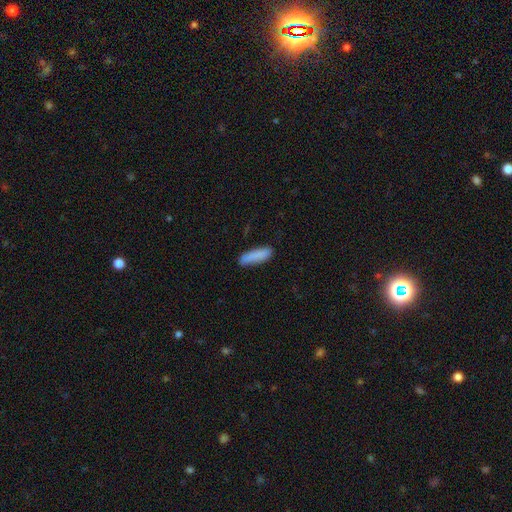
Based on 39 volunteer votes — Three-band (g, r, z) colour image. It shows a smooth galaxy with no disk features (85%) that is cigar-shaped (70%). Merging: none (91%).